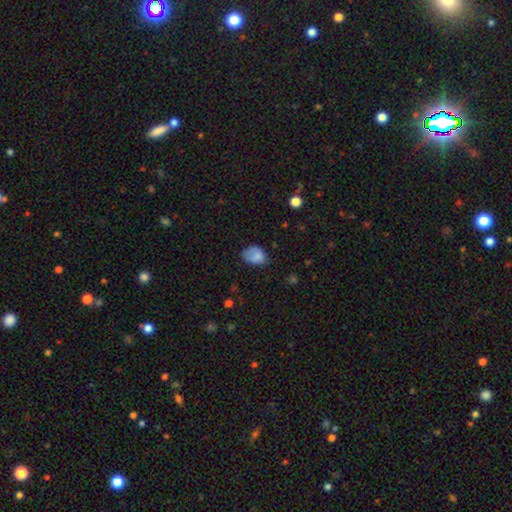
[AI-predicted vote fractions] Morphology: type=smooth (78%); roundness=in between (74%); merging=none (54%).